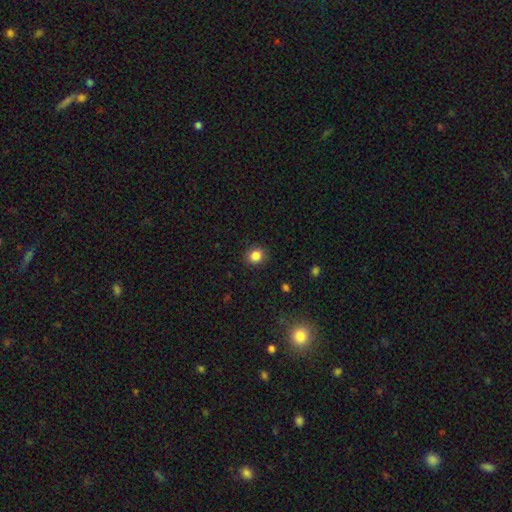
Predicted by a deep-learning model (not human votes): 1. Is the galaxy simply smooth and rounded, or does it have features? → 85% smooth, 11% star or artifact, 4% featured or disk.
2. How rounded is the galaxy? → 81% round, 18% in between, 1% cigar-shaped.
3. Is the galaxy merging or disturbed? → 89% none, 8% minor disturbance, 2% major disturbance, 1% merger.